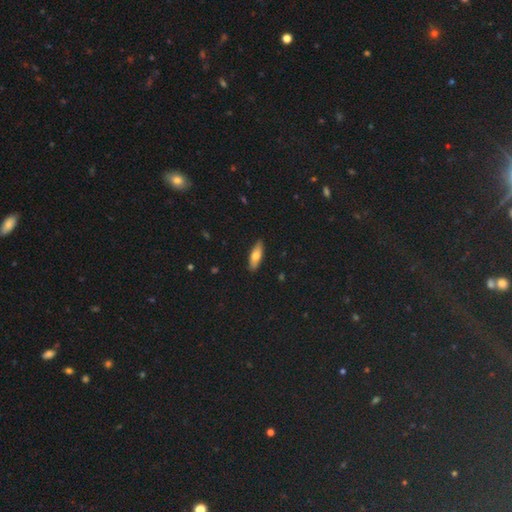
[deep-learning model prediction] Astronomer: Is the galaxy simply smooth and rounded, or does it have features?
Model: smooth — 69%.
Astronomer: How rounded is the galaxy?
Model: in between — 54% (runner-up: cigar-shaped, 44%).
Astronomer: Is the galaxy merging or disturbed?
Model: none — 89%.